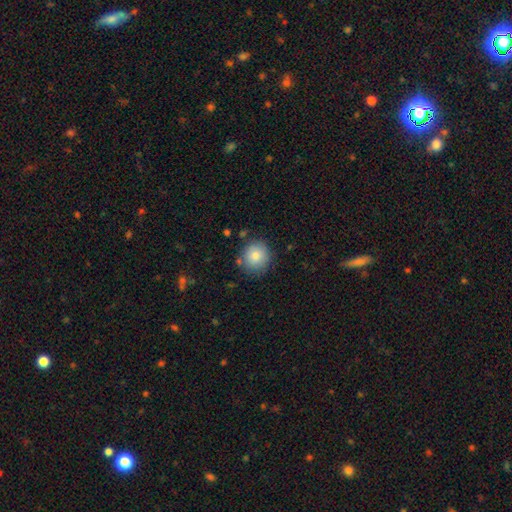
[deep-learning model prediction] smooth_or_featured: smooth (p=0.83) [alt: star or artifact p=0.09]
how_rounded: round (p=0.89) [alt: in between p=0.10]
merging: none (p=0.82) [alt: minor disturbance p=0.12]